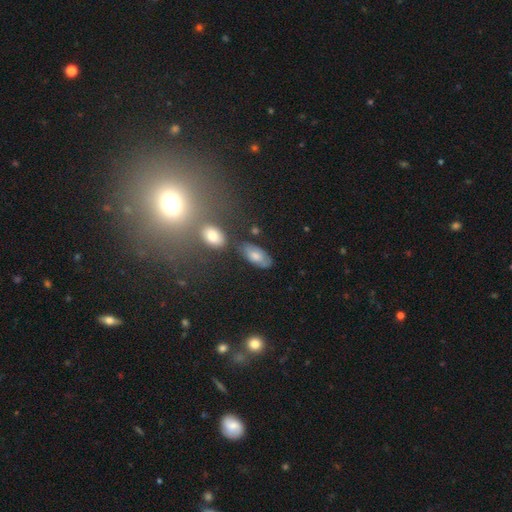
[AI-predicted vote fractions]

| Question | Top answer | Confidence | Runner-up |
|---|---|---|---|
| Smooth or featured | smooth | 64% | featured or disk (28%) |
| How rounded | in between | 91% | cigar-shaped (6%) |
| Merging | none | 68% | minor disturbance (19%) |